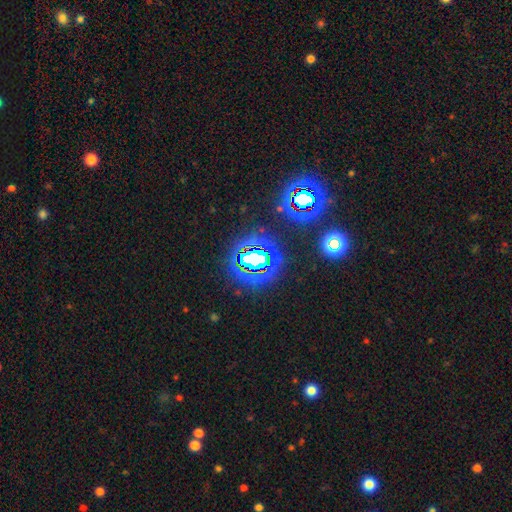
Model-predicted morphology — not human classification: star or artifact 74%, smooth 15%, featured or disk 11%.